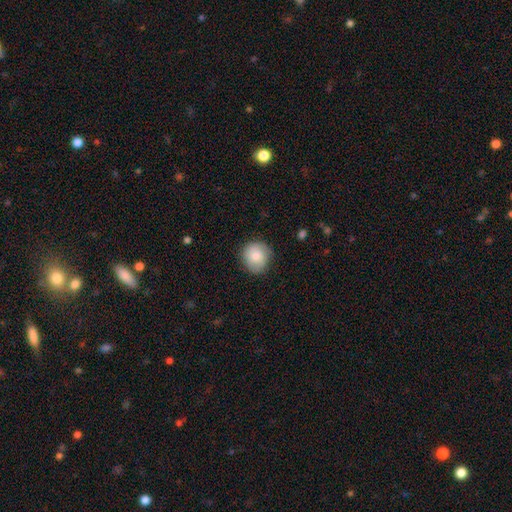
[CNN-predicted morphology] Smooth or featured?
  - smooth: 82% *
  - featured or disk: 11%
  - star or artifact: 7%
How rounded?
  - round: 86% *
  - in between: 13%
  - cigar-shaped: 1%
Merging?
  - none: 79% *
  - minor disturbance: 16%
  - major disturbance: 3%
  - merger: 1%